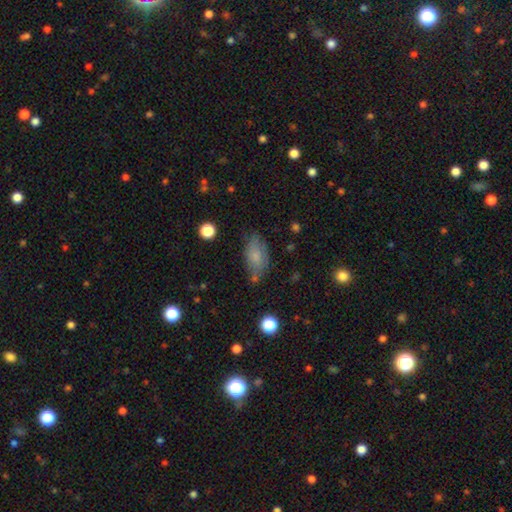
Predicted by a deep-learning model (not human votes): smooth_or_featured: smooth (p=0.75) [alt: featured or disk p=0.16]
how_rounded: in between (p=0.90) [alt: cigar-shaped p=0.05]
merging: none (p=0.65) [alt: minor disturbance p=0.23]